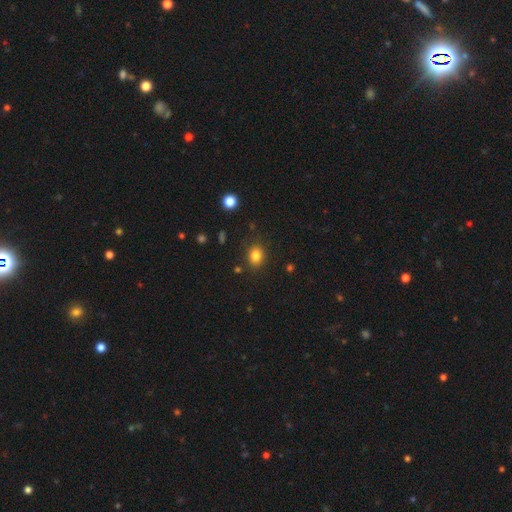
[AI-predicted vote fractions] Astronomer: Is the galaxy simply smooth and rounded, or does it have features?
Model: smooth — 83%.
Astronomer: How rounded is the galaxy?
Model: round — 52% (runner-up: in between, 47%).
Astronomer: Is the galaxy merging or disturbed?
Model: none — 84%.